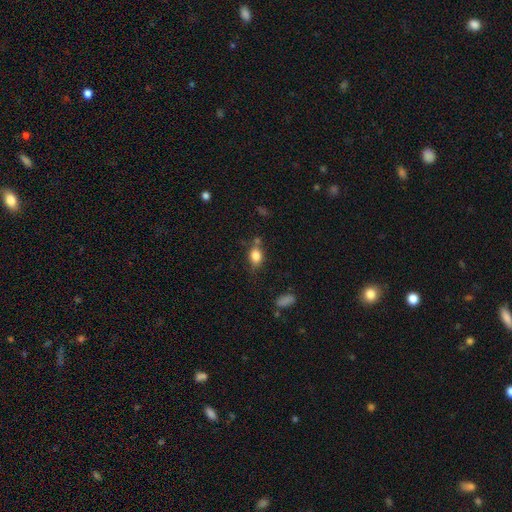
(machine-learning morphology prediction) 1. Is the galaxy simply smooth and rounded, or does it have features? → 79% smooth, 11% featured or disk, 10% star or artifact.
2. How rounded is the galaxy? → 70% in between, 27% round, 3% cigar-shaped.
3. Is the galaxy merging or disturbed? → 60% none, 23% minor disturbance, 11% merger, 7% major disturbance.